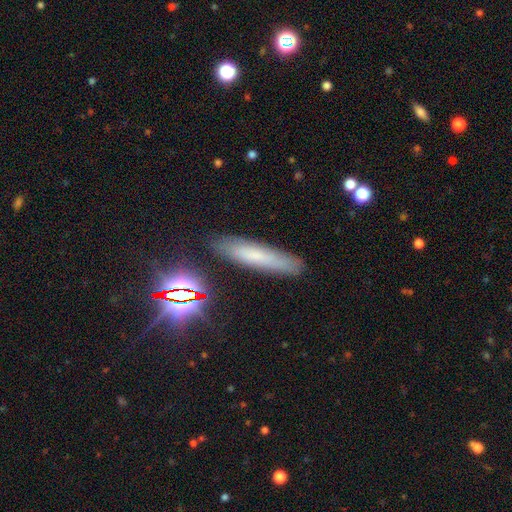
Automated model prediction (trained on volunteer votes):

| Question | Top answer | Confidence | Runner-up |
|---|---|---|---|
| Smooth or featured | smooth | 60% | featured or disk (25%) |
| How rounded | cigar-shaped | 84% | in between (14%) |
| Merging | none | 85% | minor disturbance (10%) |